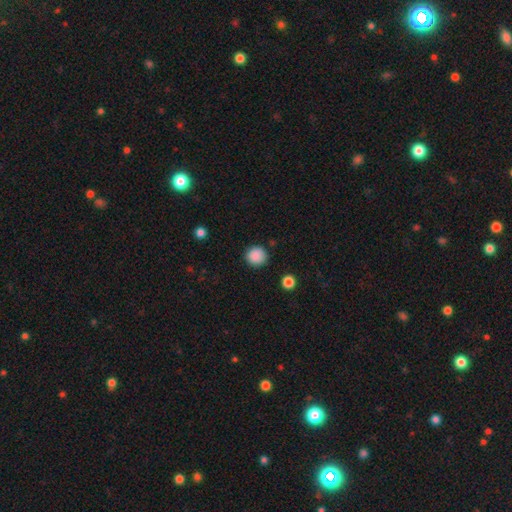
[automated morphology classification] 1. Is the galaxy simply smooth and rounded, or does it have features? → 88% smooth, 9% star or artifact, 3% featured or disk.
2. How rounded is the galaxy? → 93% round, 6% in between, 1% cigar-shaped.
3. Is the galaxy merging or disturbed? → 89% none, 7% minor disturbance, 2% major disturbance, 1% merger.